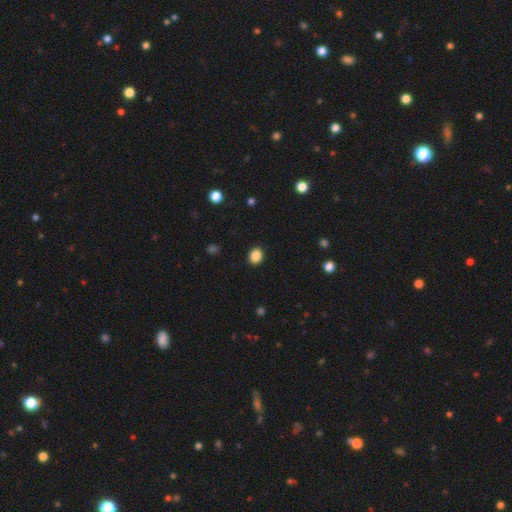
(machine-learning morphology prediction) Q: Smooth or featured?
A: smooth (87%); runner-up: star or artifact (9%)
Q: How rounded?
A: round (58%); runner-up: in between (41%)
Q: Merging?
A: none (91%); runner-up: minor disturbance (6%)